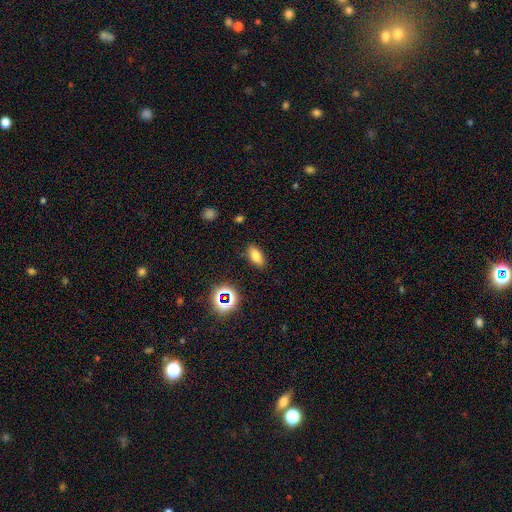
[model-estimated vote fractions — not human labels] Smooth or featured? smooth (75%)
How rounded? in between (85%)
Merging? none (85%)